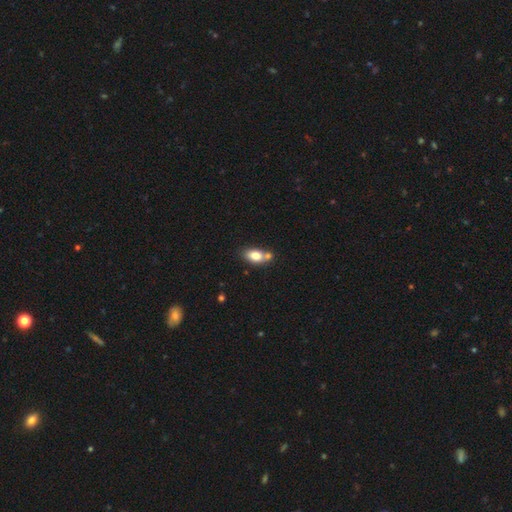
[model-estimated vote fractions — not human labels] Q: Smooth or featured?
A: smooth (79%); runner-up: featured or disk (12%)
Q: How rounded?
A: in between (87%); runner-up: round (9%)
Q: Merging?
A: none (52%); runner-up: merger (30%)